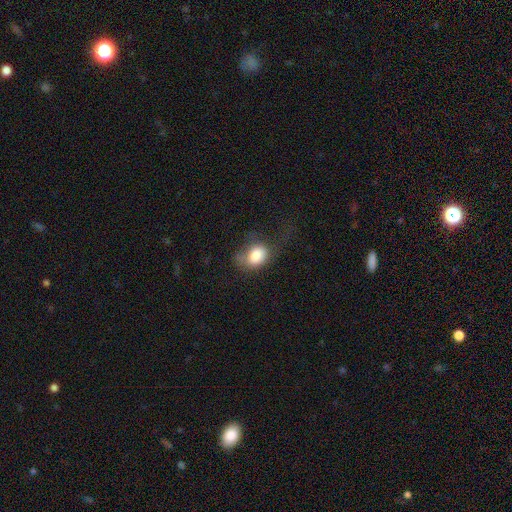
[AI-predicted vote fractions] Overall: smooth (79%). How rounded: in between (65%; round 34%). Merging: none (35%; major disturbance 32%).